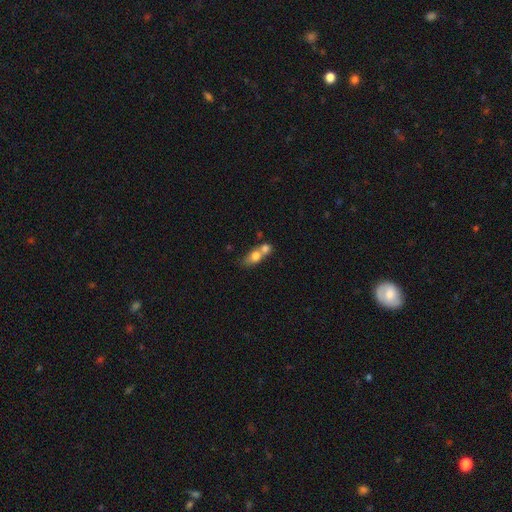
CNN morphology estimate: Overall: smooth (71%). How rounded: in between (60%; round 33%). Merging: merger (68%).